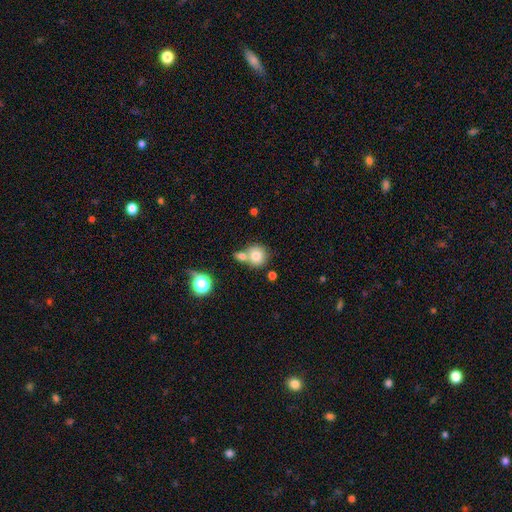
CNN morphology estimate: Smooth or featured?
  - smooth: 78% *
  - featured or disk: 11%
  - star or artifact: 11%
How rounded?
  - round: 88% *
  - in between: 11%
  - cigar-shaped: 1%
Merging?
  - none: 51% *
  - merger: 37%
  - minor disturbance: 9%
  - major disturbance: 3%